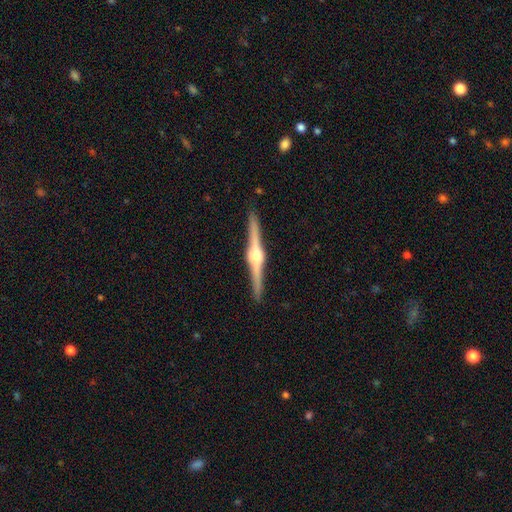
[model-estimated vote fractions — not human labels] Smooth or featured? Predicted: featured or disk (p=0.87). Edge-on disk? Predicted: yes (p=0.99). Edge-on bulge? Predicted: rounded (p=0.94). Merging? Predicted: none (p=0.92).